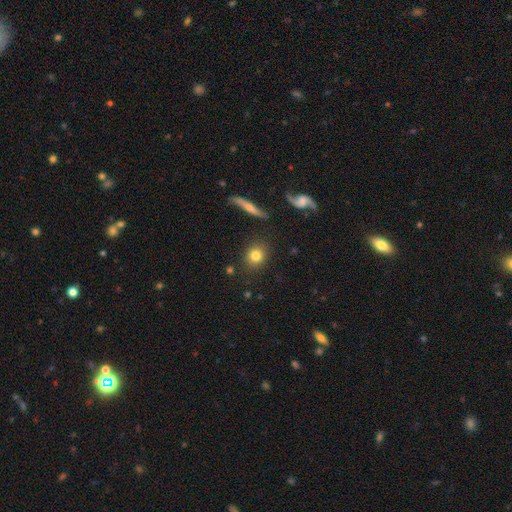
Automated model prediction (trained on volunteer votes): Smooth or featured? Predicted: smooth (p=0.79). How rounded? Predicted: round (p=0.78). Merging? Predicted: none (p=0.86).